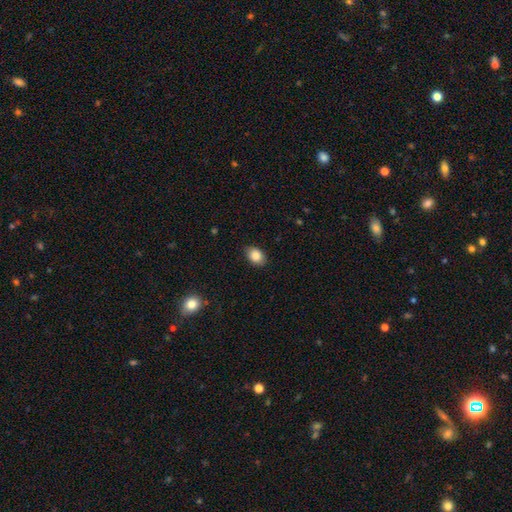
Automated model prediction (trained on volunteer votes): smooth-or-featured: smooth: 88% | star or artifact: 8% | featured or disk: 5%
  how-rounded: in between: 78% | round: 21% | cigar-shaped: 1%
  merging: none: 85% | minor disturbance: 12% | major disturbance: 2% | merger: 1%